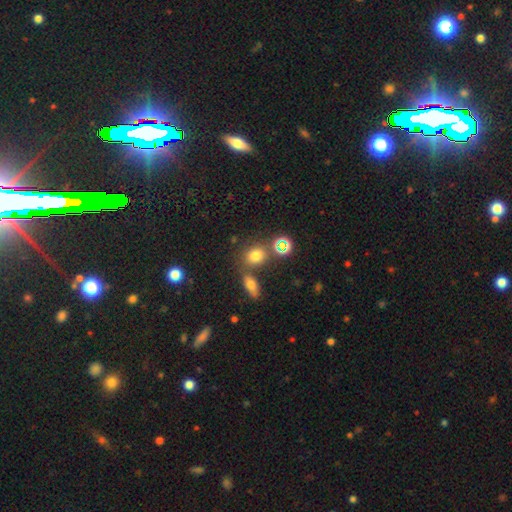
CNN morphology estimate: A smooth galaxy with no disk features (70%) that is round (56%). Merging: none (67%).